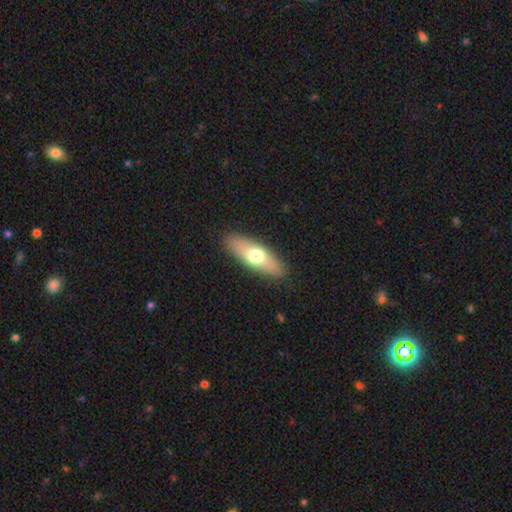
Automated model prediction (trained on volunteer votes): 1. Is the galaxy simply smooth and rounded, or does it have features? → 62% smooth, 32% featured or disk, 6% star or artifact.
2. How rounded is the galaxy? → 56% in between, 41% cigar-shaped, 3% round.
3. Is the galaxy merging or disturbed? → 89% none, 8% minor disturbance, 2% major disturbance, 1% merger.